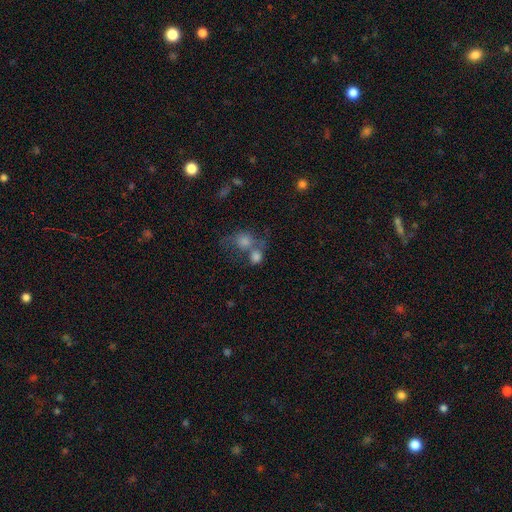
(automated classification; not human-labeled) This is likely a smooth galaxy (76%). How rounded: likely round (63%). Merging: possibly merger (57%).